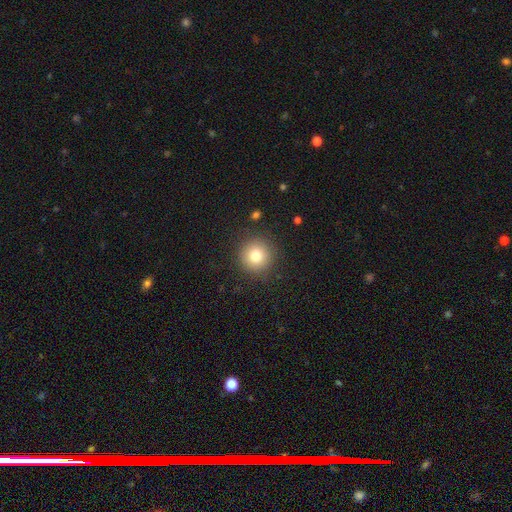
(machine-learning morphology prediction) A smooth galaxy with no disk features (79%) that is round (94%).

Vote fractions:
- Smooth or featured? smooth: 79% / star or artifact: 12% / featured or disk: 9%
- How rounded? round: 94% / in between: 5% / cigar-shaped: 1%
- Merging? none: 89% / minor disturbance: 7% / major disturbance: 3% / merger: 1%